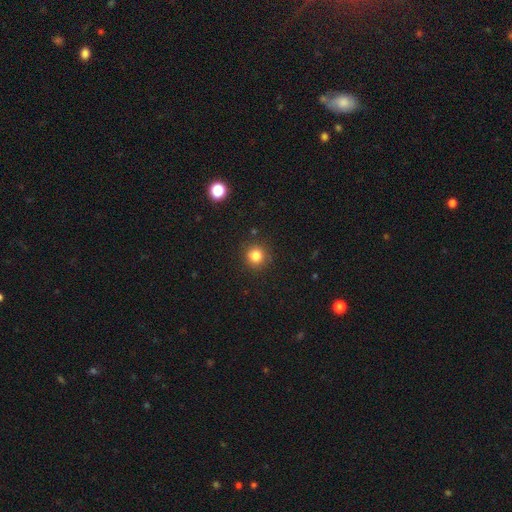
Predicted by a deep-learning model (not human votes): The model was most divided on "smooth or featured": smooth: 82%, star or artifact: 12%, featured or disk: 5%. More confident: how rounded — round (93%); merging — none (90%).